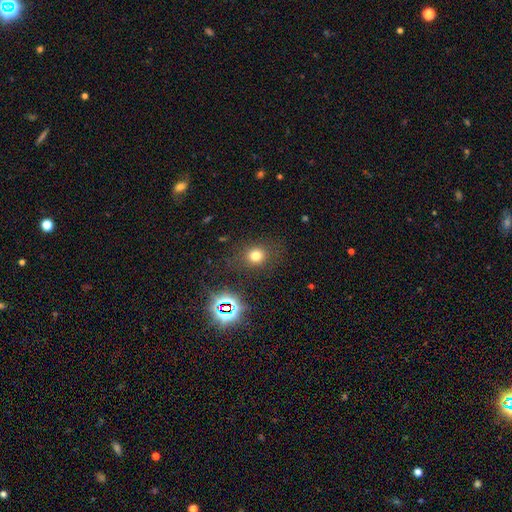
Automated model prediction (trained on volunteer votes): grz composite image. It shows a smooth galaxy with no disk features (70%) that is round (76%). Merging: none (81%).